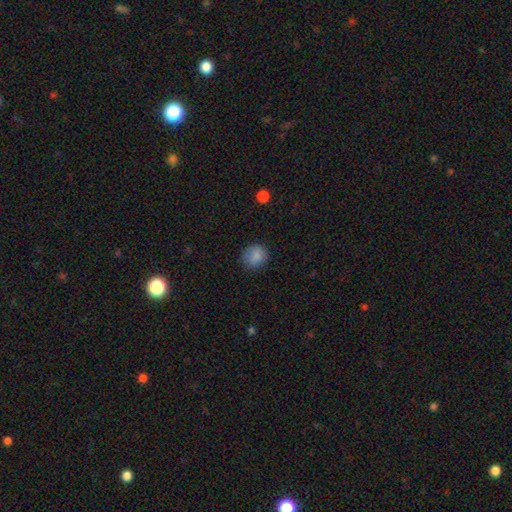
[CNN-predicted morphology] smooth_or_featured: smooth (p=0.84) [alt: star or artifact p=0.10]
how_rounded: round (p=0.80) [alt: in between p=0.19]
merging: none (p=0.79) [alt: minor disturbance p=0.16]